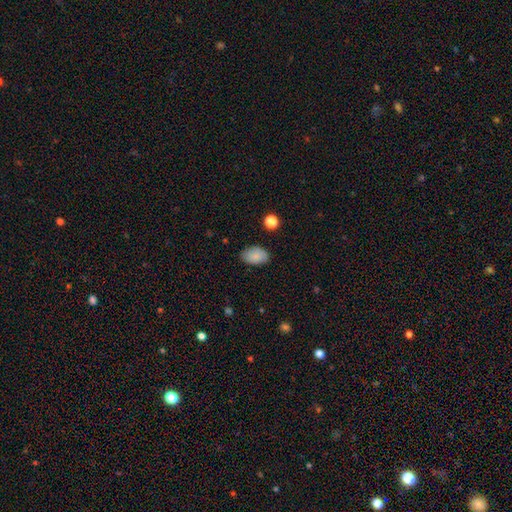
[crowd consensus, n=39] Smooth or featured? smooth (95%)
How rounded? in between (97%)
Merging? none (79%)